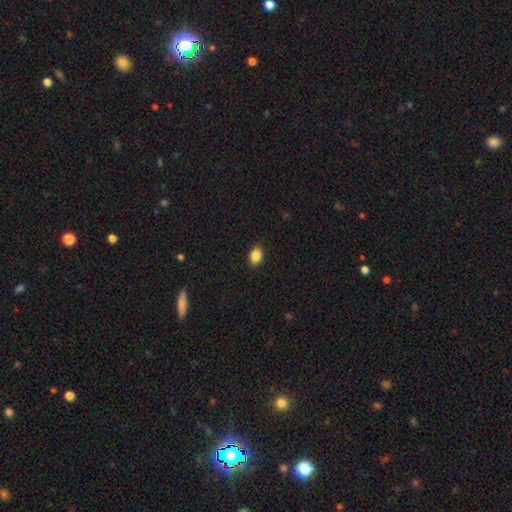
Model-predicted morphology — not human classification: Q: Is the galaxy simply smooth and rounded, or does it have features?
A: smooth — 87%.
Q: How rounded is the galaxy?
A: in between — 84%.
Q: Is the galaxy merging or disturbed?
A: none — 89%.